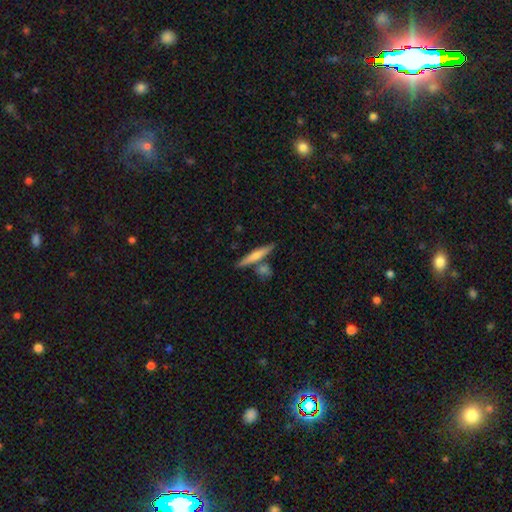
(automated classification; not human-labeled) A smooth galaxy with no disk features (54%) that is cigar-shaped (90%).

Vote fractions:
- Smooth or featured? smooth: 54% / featured or disk: 40% / star or artifact: 6%
- How rounded? cigar-shaped: 90% / in between: 7% / round: 3%
- Merging? none: 73% / merger: 15% / minor disturbance: 9% / major disturbance: 2%